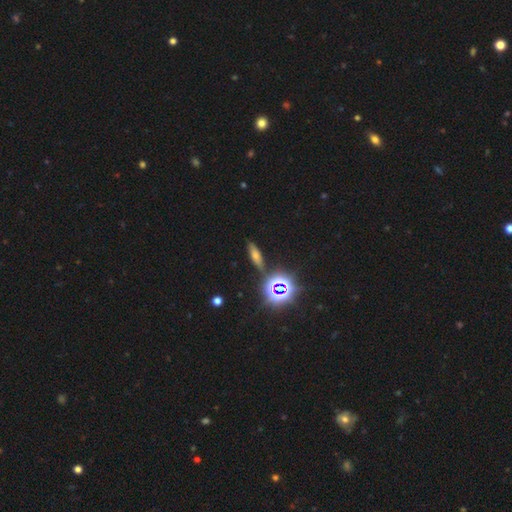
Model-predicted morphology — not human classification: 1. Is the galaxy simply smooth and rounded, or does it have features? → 42% smooth, 34% star or artifact, 24% featured or disk.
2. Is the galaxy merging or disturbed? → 84% none, 9% minor disturbance, 4% merger, 3% major disturbance.